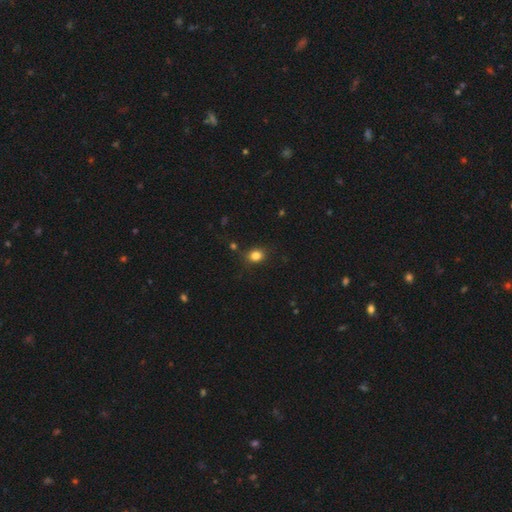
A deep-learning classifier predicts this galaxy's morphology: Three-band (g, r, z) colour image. It shows a smooth galaxy with no disk features (82%) that is round (62%). Merging: none (81%).